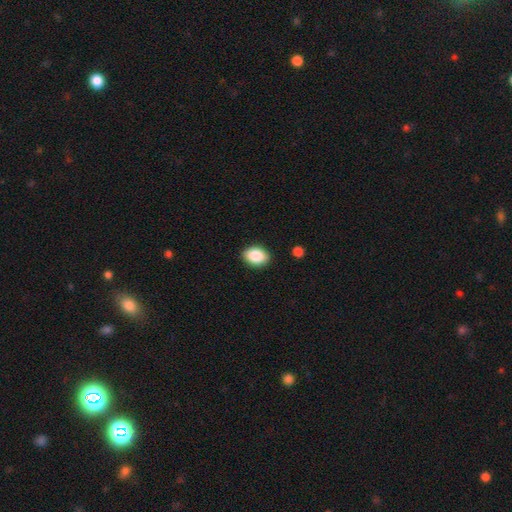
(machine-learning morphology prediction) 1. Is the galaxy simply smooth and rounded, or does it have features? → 87% smooth, 8% star or artifact, 5% featured or disk.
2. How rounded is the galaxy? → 73% in between, 25% round, 1% cigar-shaped.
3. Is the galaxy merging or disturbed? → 88% none, 9% minor disturbance, 2% major disturbance, 1% merger.